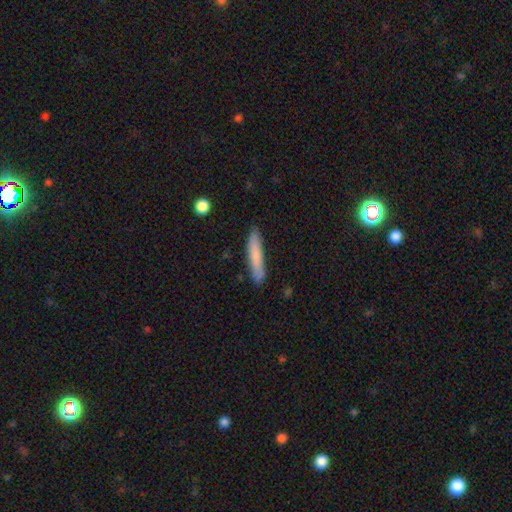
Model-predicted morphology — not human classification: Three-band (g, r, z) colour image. It shows a smooth galaxy with no disk features (77%) that is cigar-shaped (91%). Merging: none (84%).